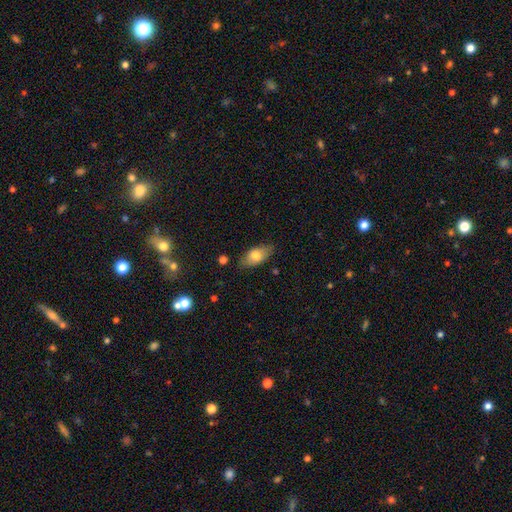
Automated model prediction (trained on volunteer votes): smooth 73%, featured or disk 20%, star or artifact 7%. Down the decision tree: how rounded — in between (90%); merging — none (81%).